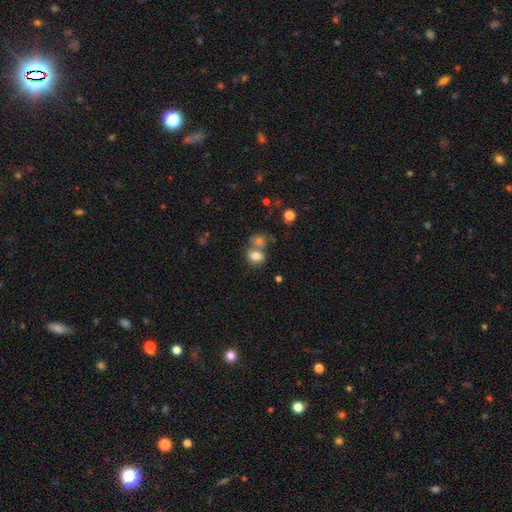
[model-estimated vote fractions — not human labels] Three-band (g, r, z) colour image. It shows a smooth galaxy with no disk features (80%) that is round (54%). Merging: merger (45%).